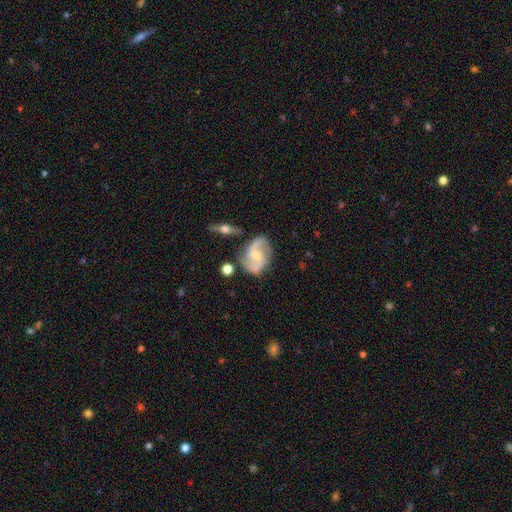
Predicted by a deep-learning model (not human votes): Overall: featured or disk (82%). Edge-on disk: no (97%). Bar: no (45%; weak 42%). Spiral arms: yes (95%). Spiral arm count: 2 (90%). Spiral winding: medium (45%; loose 39%). Bulge size: small (60%; moderate 34%). Merging: none (72%).